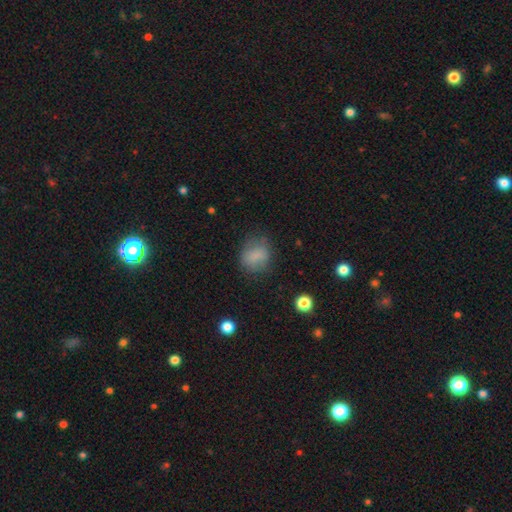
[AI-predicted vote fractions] smooth 78%, featured or disk 11%, star or artifact 11%. Down the decision tree: how rounded — round (58%); merging — none (68%).